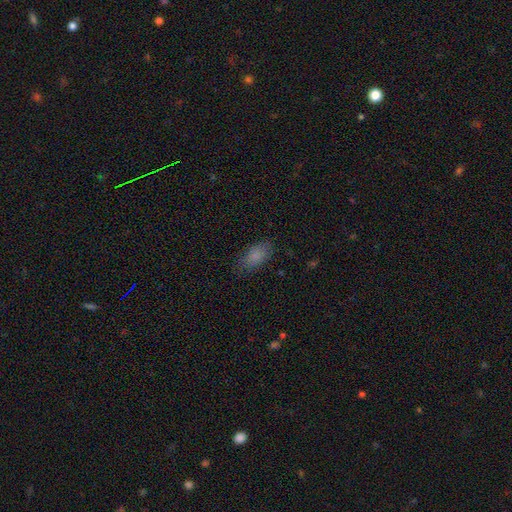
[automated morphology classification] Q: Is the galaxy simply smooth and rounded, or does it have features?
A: smooth — 83%.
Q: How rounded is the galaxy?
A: in between — 89%.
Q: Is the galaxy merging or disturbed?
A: none — 78%.